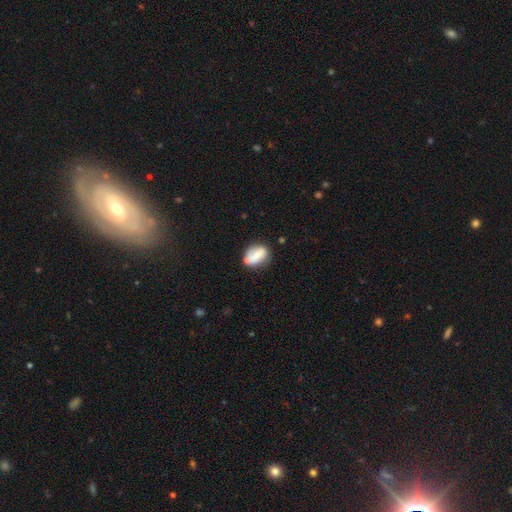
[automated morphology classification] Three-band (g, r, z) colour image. It shows a smooth galaxy with no disk features (61%) that is in between round and cigar-shaped (76%). Merging: none (53%).